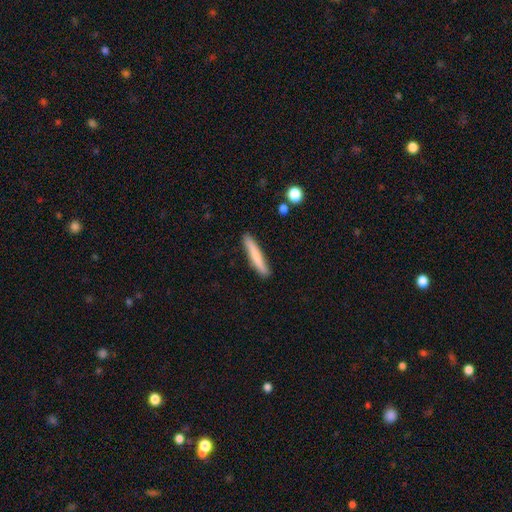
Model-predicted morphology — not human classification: Overall: smooth (75%). How rounded: cigar-shaped (94%). Merging: none (88%).